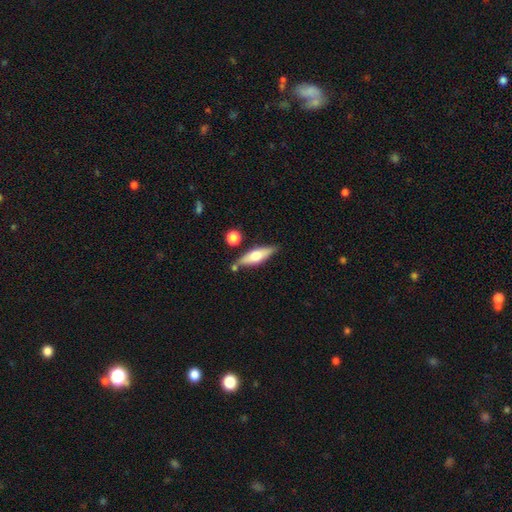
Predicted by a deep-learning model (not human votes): Overall: smooth (50%; featured or disk 43%). How rounded: cigar-shaped (51%; in between 47%). Merging: none (75%).